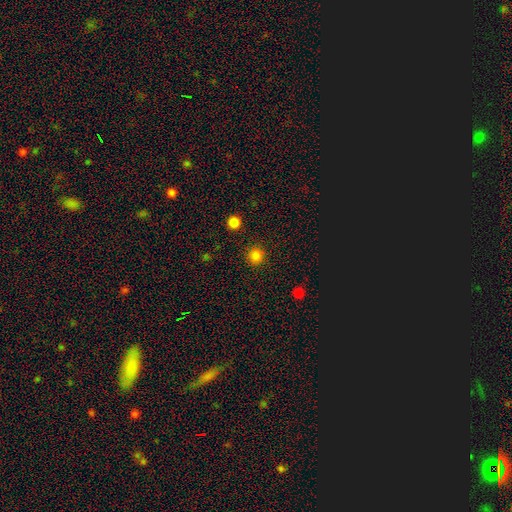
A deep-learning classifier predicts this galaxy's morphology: The model was most divided on "smooth or featured": smooth: 83%, star or artifact: 14%, featured or disk: 3%. More confident: how rounded — round (94%); merging — none (91%).